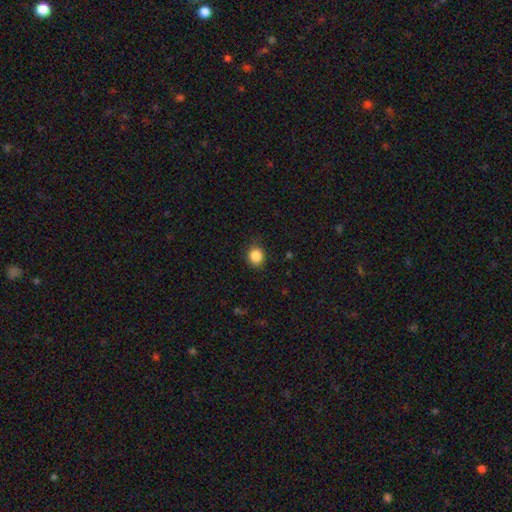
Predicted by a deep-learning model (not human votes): This appears to be a smooth galaxy with no disk features (86%) that is round (79%). Merging: none (84%).